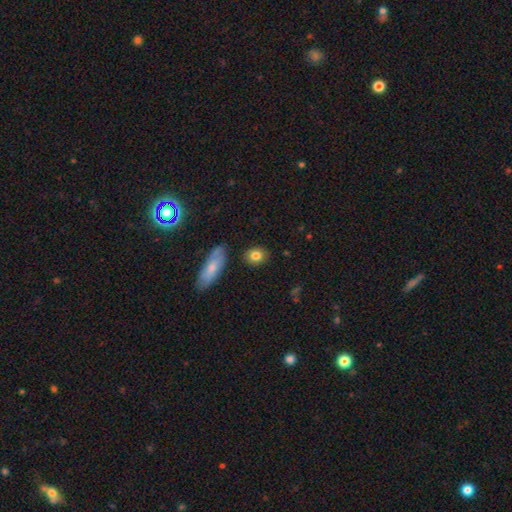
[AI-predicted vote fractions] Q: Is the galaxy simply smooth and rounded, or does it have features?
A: smooth — 82%.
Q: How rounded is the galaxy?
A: round — 55%.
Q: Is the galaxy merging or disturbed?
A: none — 85%.